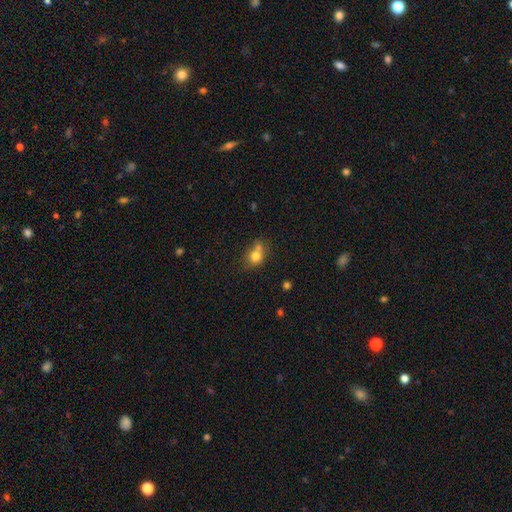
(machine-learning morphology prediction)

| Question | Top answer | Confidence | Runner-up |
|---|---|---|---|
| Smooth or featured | smooth | 76% | featured or disk (13%) |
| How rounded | round | 64% | in between (35%) |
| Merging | none | 43% | merger (37%) |